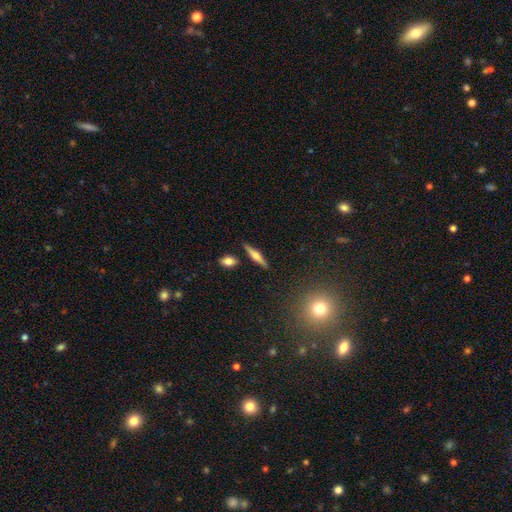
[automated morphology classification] Smooth or featured?
  - featured or disk: 52% *
  - smooth: 40%
  - star or artifact: 8%
Edge-on disk?
  - yes: 95% *
  - no: 5%
Merging?
  - none: 84% *
  - minor disturbance: 9%
  - merger: 4%
  - major disturbance: 2%